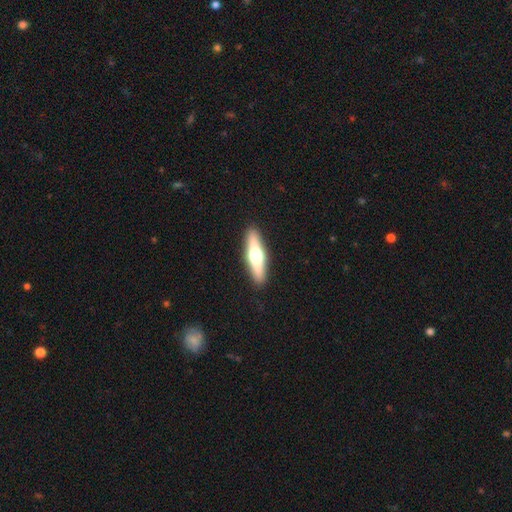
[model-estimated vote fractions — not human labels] Smooth or featured?
  - featured or disk: 54% *
  - smooth: 40%
  - star or artifact: 6%
Edge-on disk?
  - yes: 94% *
  - no: 6%
Edge-on bulge?
  - rounded: 94% *
  - boxy: 3%
  - none: 2%
Merging?
  - none: 91% *
  - minor disturbance: 6%
  - major disturbance: 2%
  - merger: 1%